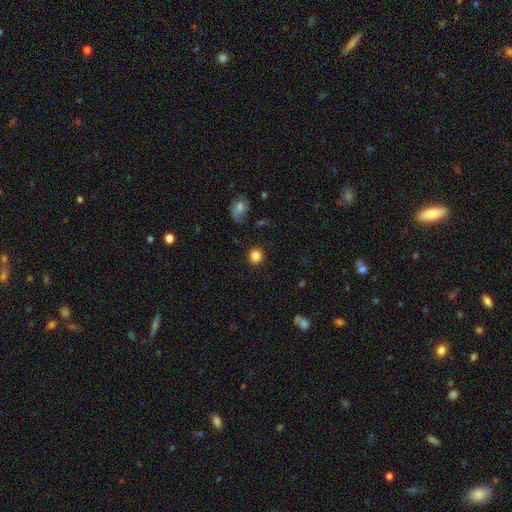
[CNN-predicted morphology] A smooth galaxy with no disk features (85%) that is round (89%). Merging: none (90%).